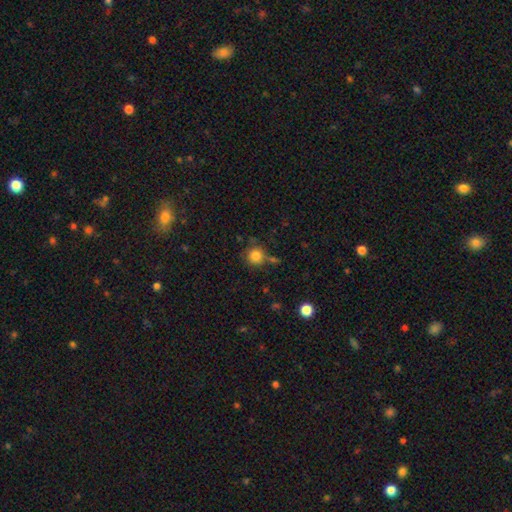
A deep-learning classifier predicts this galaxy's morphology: Smooth or featured: smooth — 83% (star or artifact — 11%)
How rounded: round — 92% (in between — 7%)
Merging: none — 71% (minor disturbance — 13%)